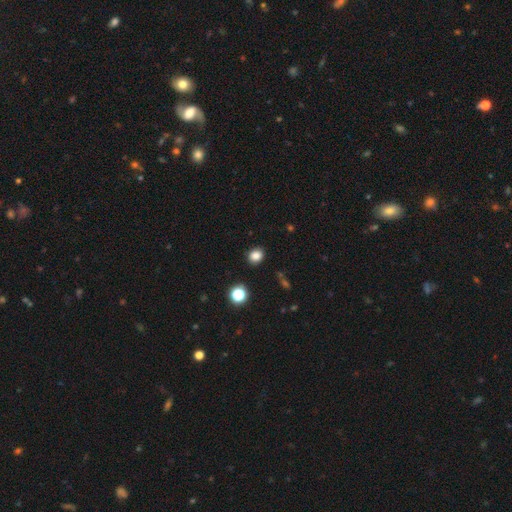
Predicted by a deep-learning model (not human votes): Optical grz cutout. It shows a smooth galaxy with no disk features (83%) that is round (70%). Merging: none (89%).